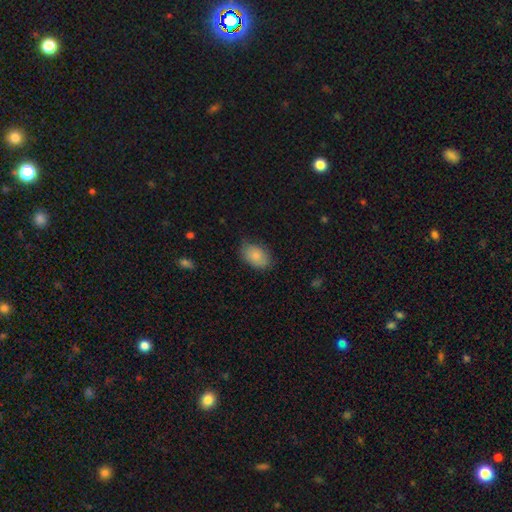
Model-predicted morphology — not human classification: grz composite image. It shows a smooth galaxy with no disk features (84%) that is in between round and cigar-shaped (88%). Merging: none (74%).